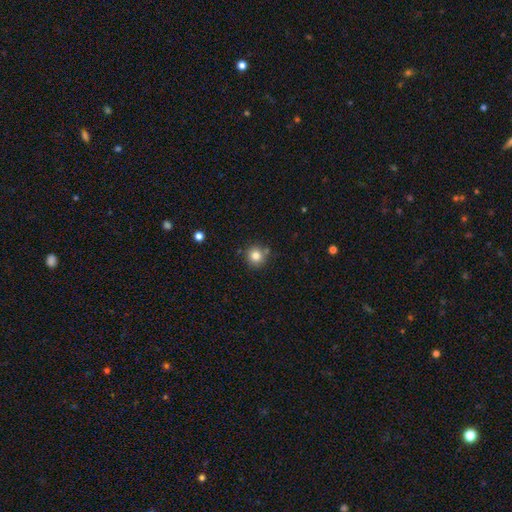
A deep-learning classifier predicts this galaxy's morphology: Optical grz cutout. It shows a smooth galaxy with no disk features (81%) that is round (93%). Merging: none (79%).